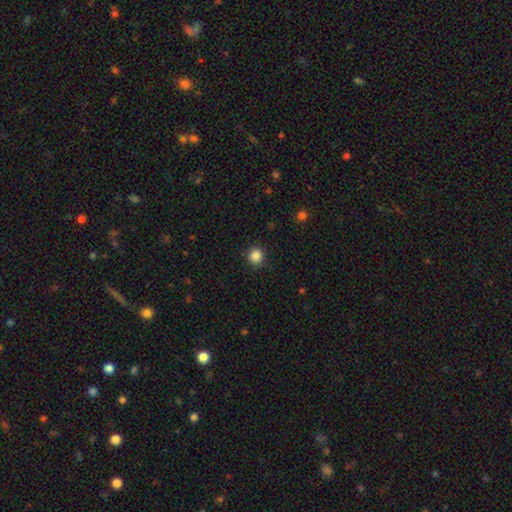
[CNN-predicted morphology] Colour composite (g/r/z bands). It shows a smooth galaxy with no disk features (86%) that is round (91%). Merging: none (90%).